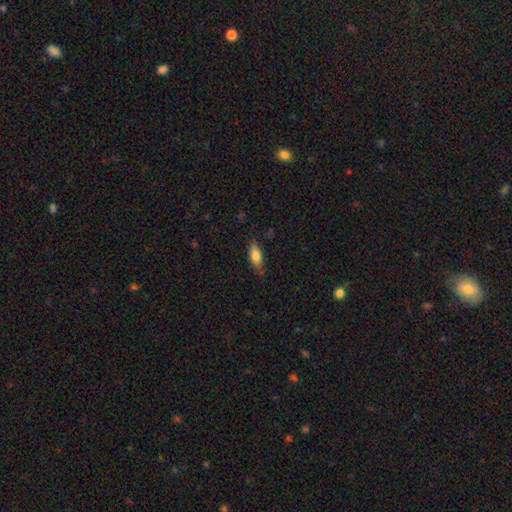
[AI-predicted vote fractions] smooth_or_featured: smooth (p=0.76) [alt: featured or disk p=0.17]
how_rounded: in between (p=0.75) [alt: cigar-shaped p=0.22]
merging: none (p=0.72) [alt: minor disturbance p=0.22]